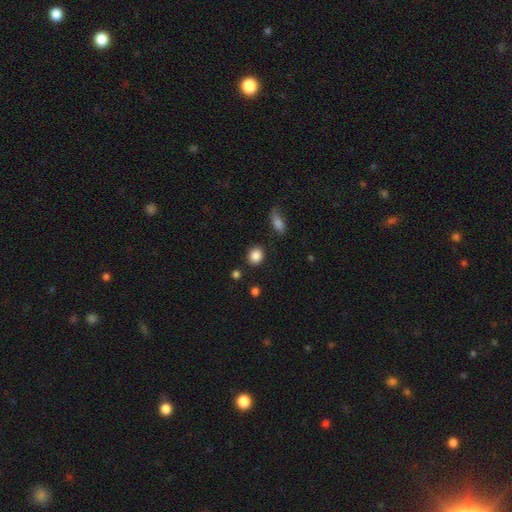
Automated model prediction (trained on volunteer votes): This appears to be a smooth galaxy with no disk features (87%) that is round (69%). Merging: none (85%).